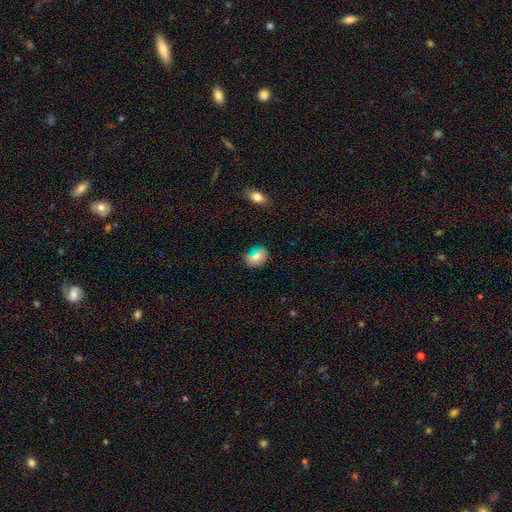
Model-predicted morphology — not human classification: smooth 71%, featured or disk 18%, star or artifact 11%. Down the decision tree: how rounded — in between (53%); merging — none (76%).